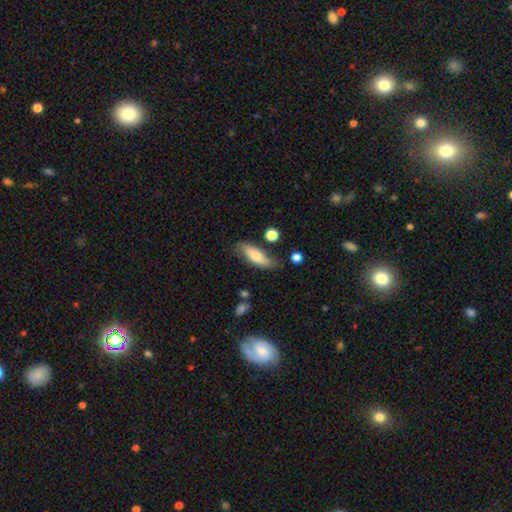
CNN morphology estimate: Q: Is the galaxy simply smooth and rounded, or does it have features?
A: smooth — 71%.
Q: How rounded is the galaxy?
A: in between — 57%.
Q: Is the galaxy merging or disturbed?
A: none — 75%.